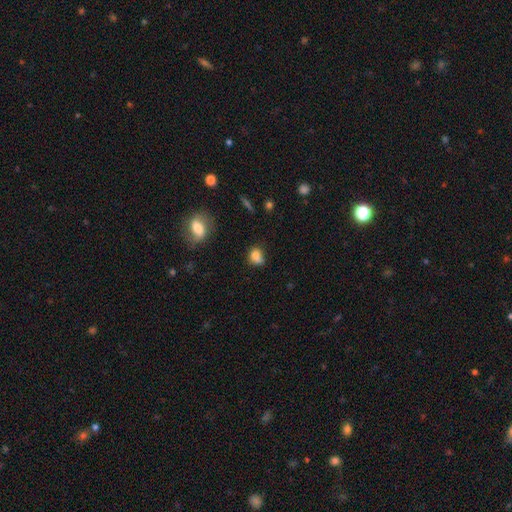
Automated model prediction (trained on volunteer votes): Smooth or featured?
  - smooth: 78% *
  - star or artifact: 11%
  - featured or disk: 11%
How rounded?
  - round: 52% *
  - in between: 46%
  - cigar-shaped: 2%
Merging?
  - none: 47% *
  - minor disturbance: 27%
  - merger: 16%
  - major disturbance: 10%